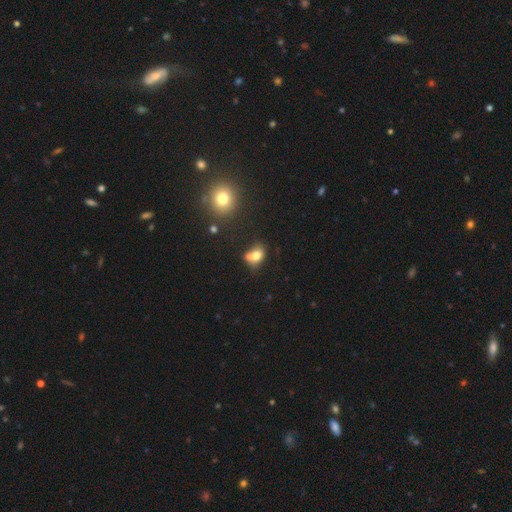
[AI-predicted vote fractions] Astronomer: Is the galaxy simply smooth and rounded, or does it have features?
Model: smooth — 73%.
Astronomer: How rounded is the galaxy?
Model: in between — 60% (runner-up: round, 39%).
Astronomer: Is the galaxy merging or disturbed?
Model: merger — 35%, tied with none at 35%.